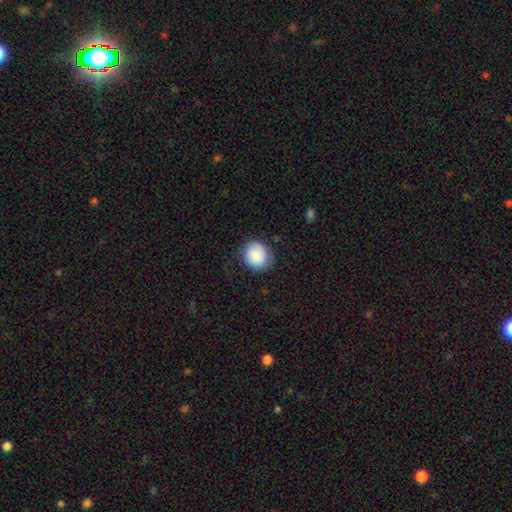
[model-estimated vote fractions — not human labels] A smooth galaxy with no disk features (84%) that is round (81%).

Vote fractions:
- Smooth or featured? smooth: 84% / featured or disk: 9% / star or artifact: 7%
- How rounded? round: 81% / in between: 18% / cigar-shaped: 1%
- Merging? none: 72% / minor disturbance: 19% / major disturbance: 7% / merger: 1%